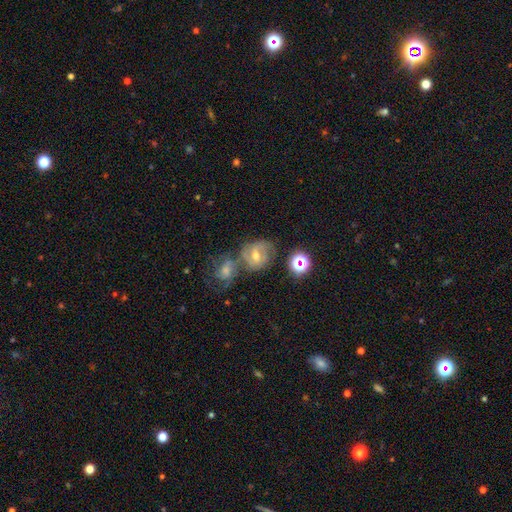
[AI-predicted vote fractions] Smooth or featured? Predicted: featured or disk (p=0.59). Edge-on disk? Predicted: no (p=0.96). Bar? Predicted: weak (p=0.49). Spiral arms? Predicted: yes (p=0.86). Bulge size? Predicted: moderate (p=0.62). Merging? Predicted: none (p=0.45).